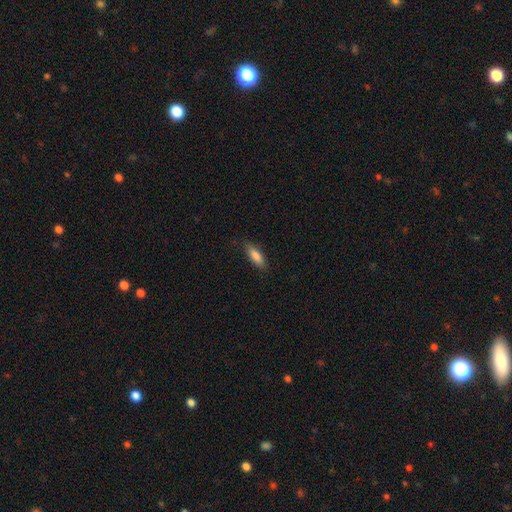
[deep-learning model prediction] Smooth or featured: smooth — 83% (featured or disk — 10%)
How rounded: in between — 57% (cigar-shaped — 41%)
Merging: none — 82% (minor disturbance — 14%)